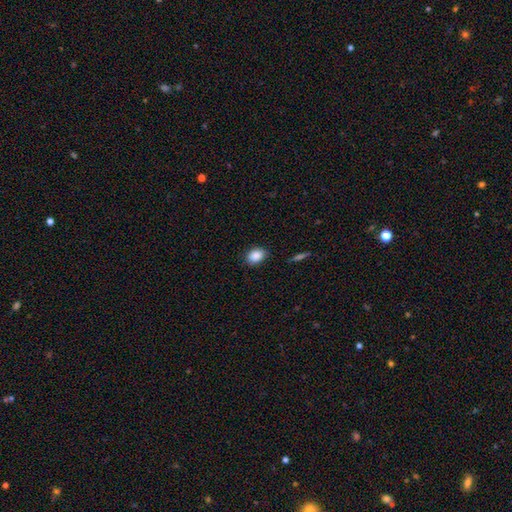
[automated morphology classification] Smooth or featured?
  - smooth: 88% *
  - star or artifact: 8%
  - featured or disk: 4%
How rounded?
  - in between: 68% *
  - round: 30%
  - cigar-shaped: 1%
Merging?
  - none: 84% *
  - minor disturbance: 12%
  - major disturbance: 3%
  - merger: 1%